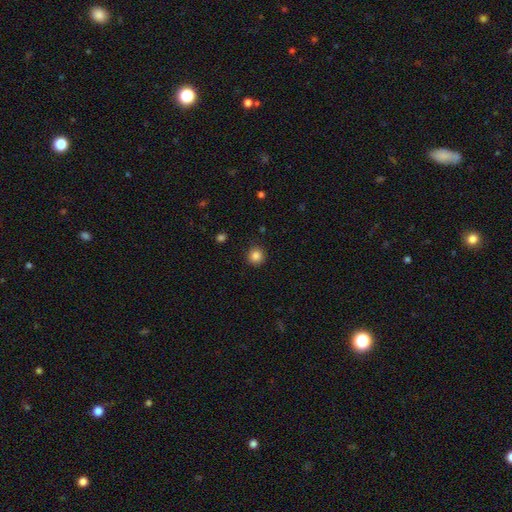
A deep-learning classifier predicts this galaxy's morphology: smooth 85%, star or artifact 11%, featured or disk 4%. Down the decision tree: how rounded — round (93%); merging — none (90%).